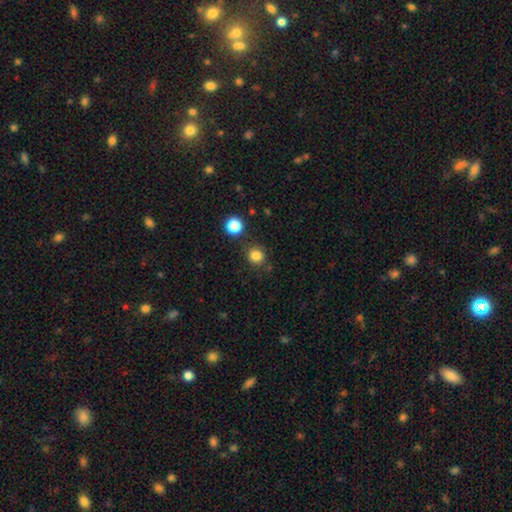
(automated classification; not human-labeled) This is clearly a smooth galaxy (83%). How rounded: clearly round (88%). Merging: clearly none (82%).